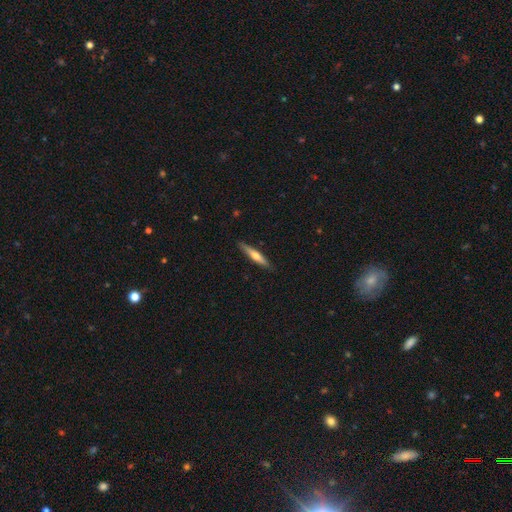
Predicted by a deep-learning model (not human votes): featured or disk 48%, smooth 46%, star or artifact 6%. Down the decision tree: merging — none (89%).